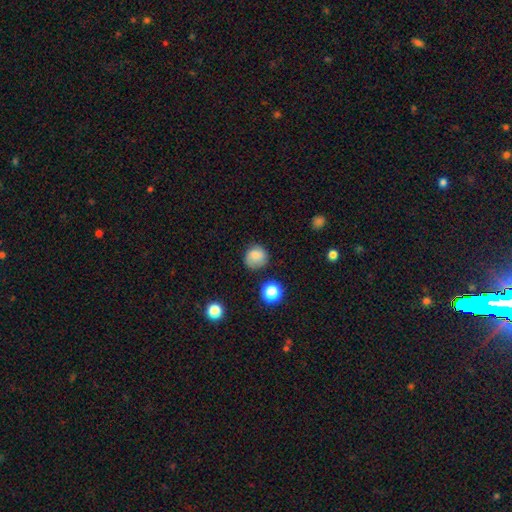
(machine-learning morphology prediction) A smooth galaxy with no disk features (77%) that is round (87%).

Vote fractions:
- Smooth or featured? smooth: 77% / featured or disk: 12% / star or artifact: 10%
- How rounded? round: 87% / in between: 12% / cigar-shaped: 1%
- Merging? none: 75% / minor disturbance: 17% / major disturbance: 5% / merger: 2%